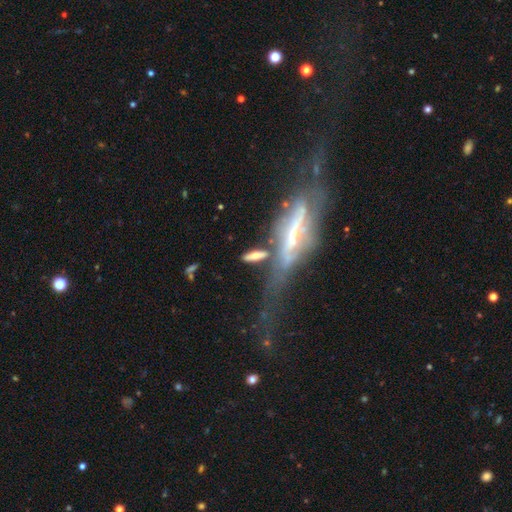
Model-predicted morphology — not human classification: Smooth or featured? smooth (46%)
Merging? none (51%)